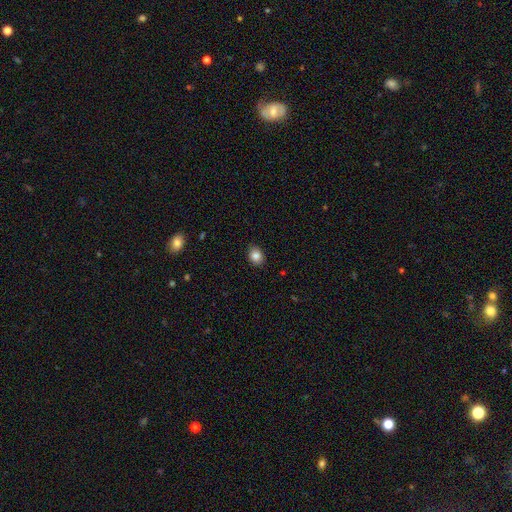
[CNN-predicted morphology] Q: Smooth or featured?
A: smooth (85%); runner-up: star or artifact (10%)
Q: How rounded?
A: in between (53%); runner-up: round (46%)
Q: Merging?
A: none (89%); runner-up: minor disturbance (9%)